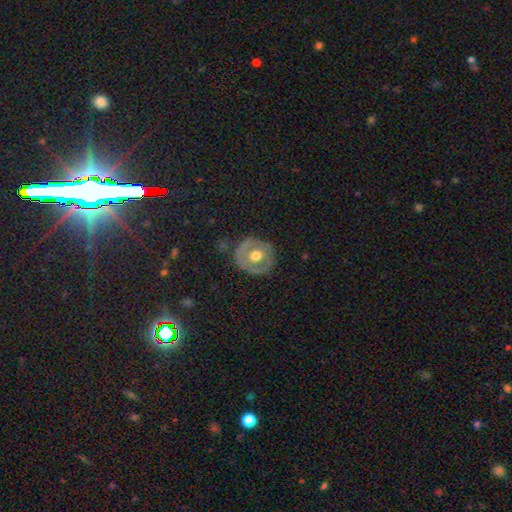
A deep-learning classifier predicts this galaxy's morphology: This is possibly a featured or disk galaxy (51%). It is clearly not viewed edge-on (94%). Merging: likely none (75%).